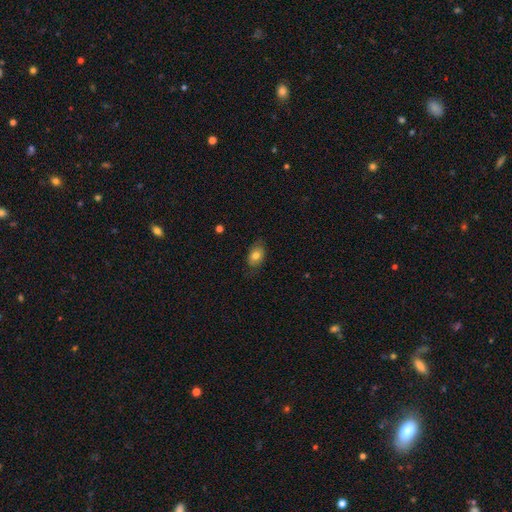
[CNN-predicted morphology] smooth-or-featured: smooth: 75% | featured or disk: 17% | star or artifact: 8%
  how-rounded: in between: 84% | round: 14% | cigar-shaped: 2%
  merging: none: 73% | minor disturbance: 21% | major disturbance: 6% | merger: 1%